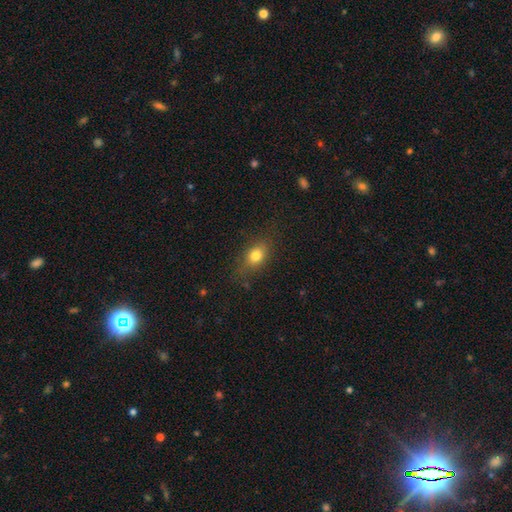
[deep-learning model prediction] This appears to be a smooth galaxy with no disk features (78%) that is in between round and cigar-shaped (72%). Merging: none (77%).